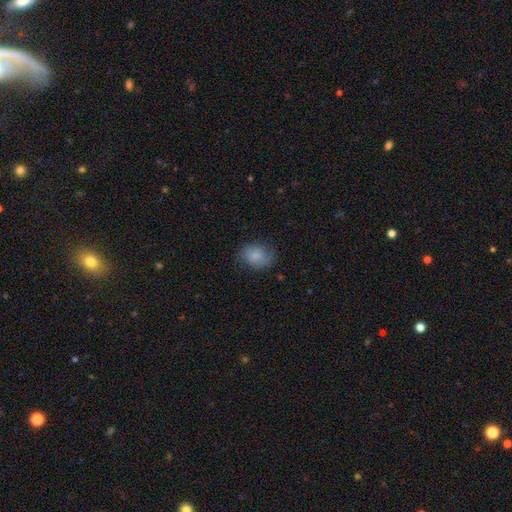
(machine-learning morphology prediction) Q: Smooth or featured?
A: smooth (72%); runner-up: featured or disk (20%)
Q: How rounded?
A: in between (57%); runner-up: round (42%)
Q: Merging?
A: none (65%); runner-up: minor disturbance (25%)